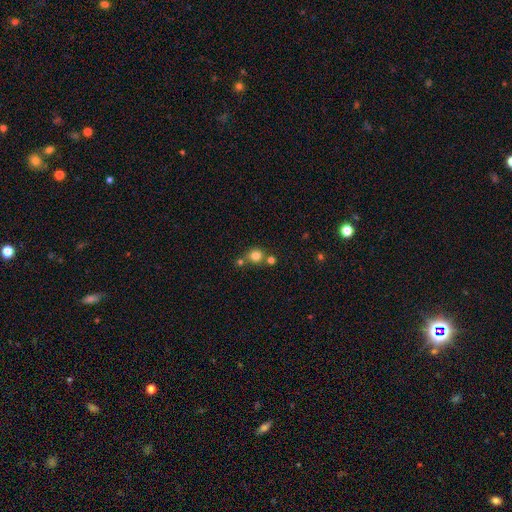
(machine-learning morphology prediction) This is clearly a smooth galaxy (80%). How rounded: clearly round (87%). Merging: likely none (66%).